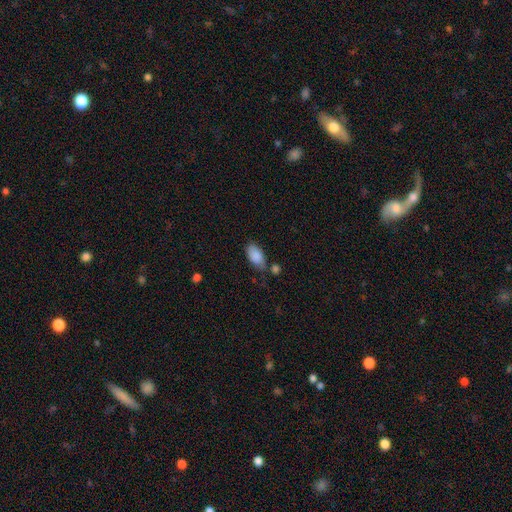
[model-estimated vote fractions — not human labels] This is clearly a smooth galaxy (87%). How rounded: clearly in between (93%). Merging: likely none (64%).